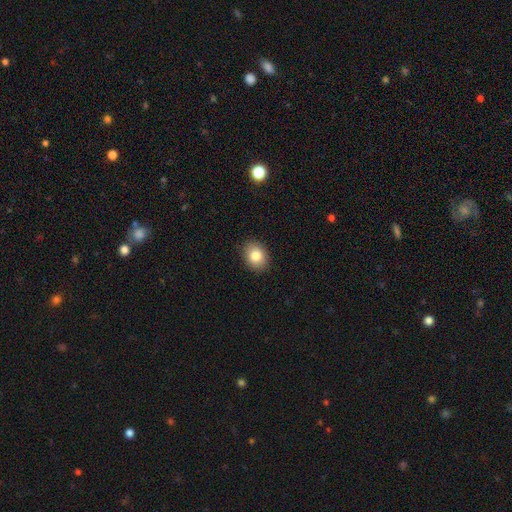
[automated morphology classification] smooth 83%, star or artifact 9%, featured or disk 8%. Down the decision tree: how rounded — in between (58%); merging — none (89%).